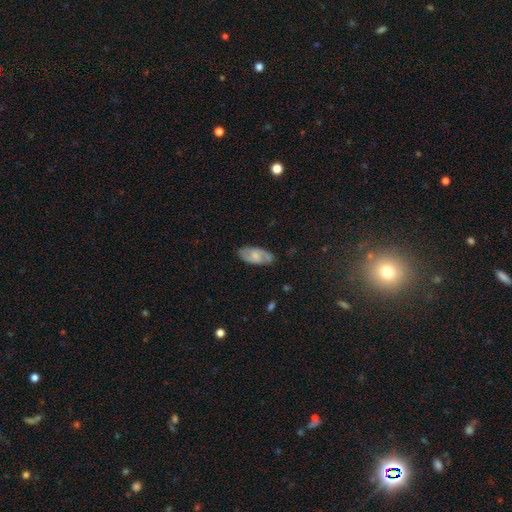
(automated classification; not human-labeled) smooth_or_featured: featured or disk (p=0.49) [alt: smooth p=0.44]
merging: none (p=0.78) [alt: minor disturbance p=0.17]